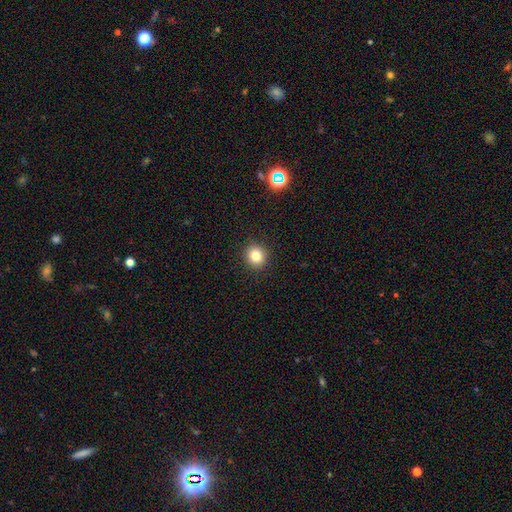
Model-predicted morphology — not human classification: smooth 81%, star or artifact 12%, featured or disk 7%. Down the decision tree: how rounded — round (86%); merging — none (92%).